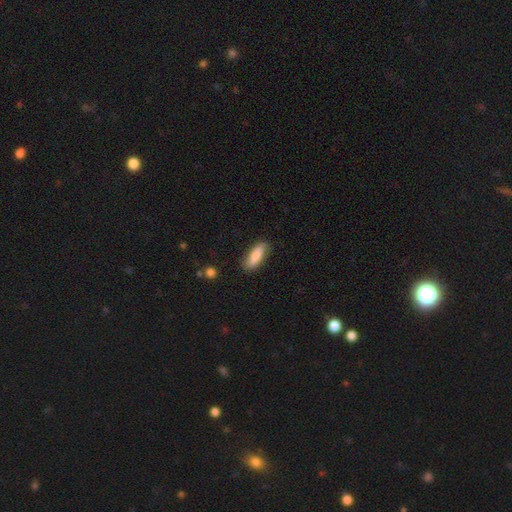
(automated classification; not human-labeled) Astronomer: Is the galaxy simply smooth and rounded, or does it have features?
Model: smooth — 82%.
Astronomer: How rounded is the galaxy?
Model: in between — 61% (runner-up: cigar-shaped, 37%).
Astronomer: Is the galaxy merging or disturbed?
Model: none — 79%.